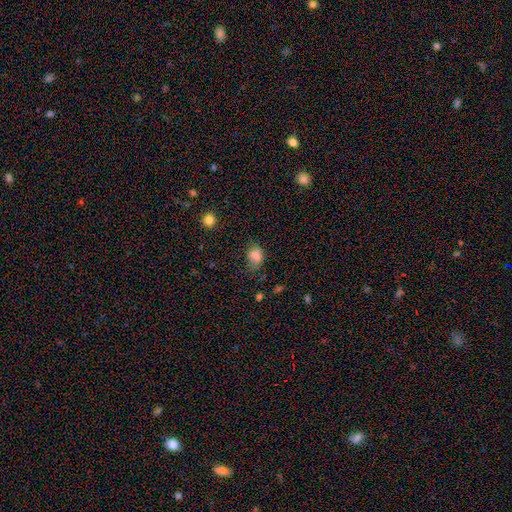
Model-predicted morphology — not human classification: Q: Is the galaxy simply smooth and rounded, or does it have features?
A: smooth — 80%.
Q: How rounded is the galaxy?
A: in between — 67%.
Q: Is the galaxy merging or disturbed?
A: none — 55%.